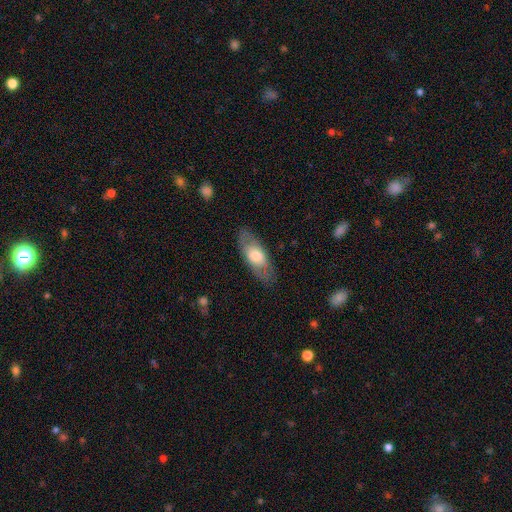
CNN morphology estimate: Overall: smooth (59%; featured or disk 35%). How rounded: in between (81%). Merging: none (82%).